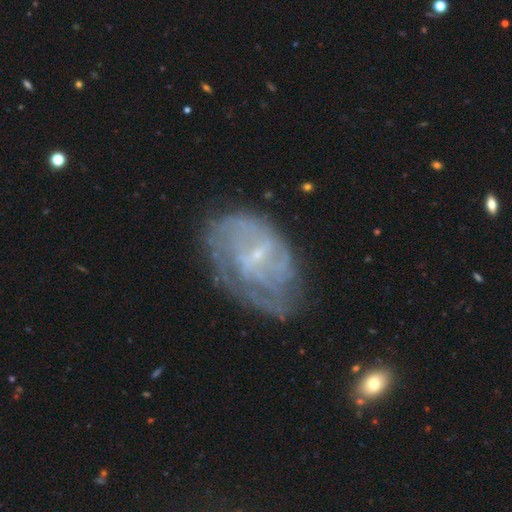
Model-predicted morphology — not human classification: This appears to be a featured or disk galaxy (75%) with a weak bar (54%), tight (47%) spiral arms (77%) and a small central bulge (76%). Merging: none (51%).